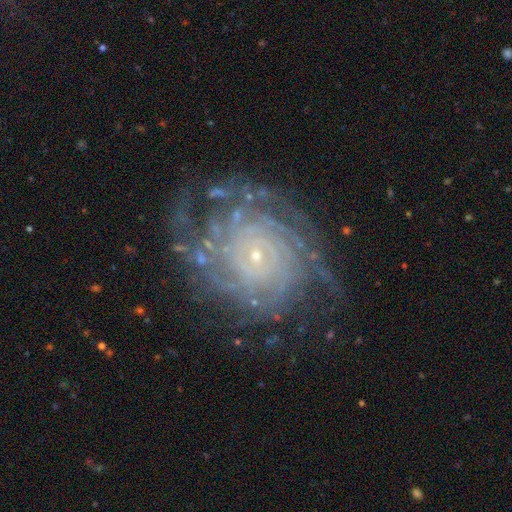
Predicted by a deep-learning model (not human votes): Smooth or featured?
  - featured or disk: 87% *
  - star or artifact: 7%
  - smooth: 6%
Edge-on disk?
  - no: 97% *
  - yes: 3%
Bar?
  - no: 79% *
  - weak: 16%
  - strong: 5%
Spiral arms?
  - yes: 96% *
  - no: 4%
Spiral winding?
  - tight: 80% *
  - medium: 16%
  - loose: 4%
Spiral arm count?
  - can't tell: 30% *
  - more than 4: 20%
  - 4: 18%
  - 3: 12%
  - 2: 12%
  - 1: 8%
Bulge size?
  - small: 88% *
  - moderate: 7%
  - none: 2%
  - large: 1%
  - dominant: 1%
Merging?
  - none: 72% *
  - minor disturbance: 16%
  - major disturbance: 10%
  - merger: 2%